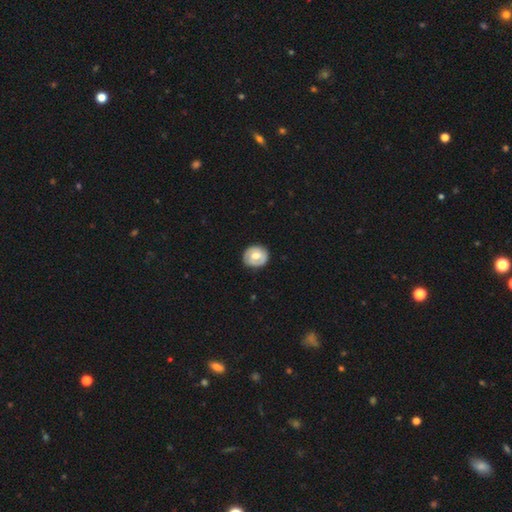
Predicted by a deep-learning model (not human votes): Smooth or featured: smooth — 51% (featured or disk — 43%)
How rounded: round — 80% (in between — 19%)
Merging: none — 84% (minor disturbance — 12%)